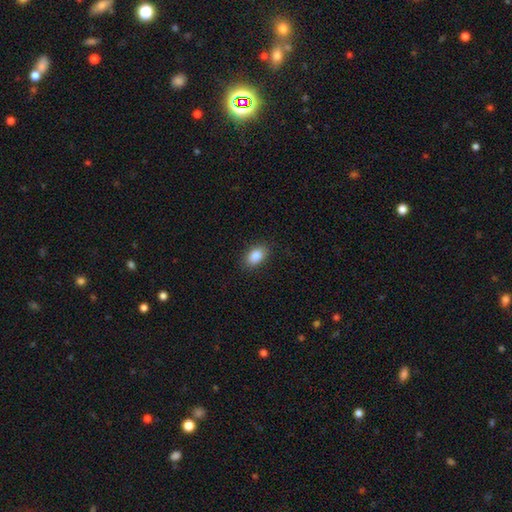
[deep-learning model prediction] Overall: smooth (87%). How rounded: in between (87%). Merging: none (87%).